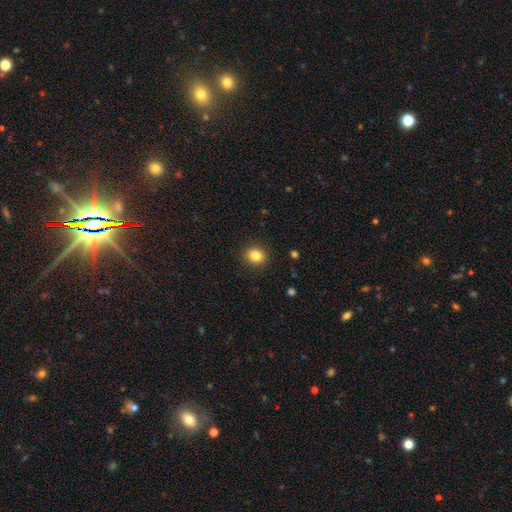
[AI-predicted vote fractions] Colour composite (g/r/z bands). It shows a smooth galaxy with no disk features (84%) that is round (65%). Merging: none (90%).